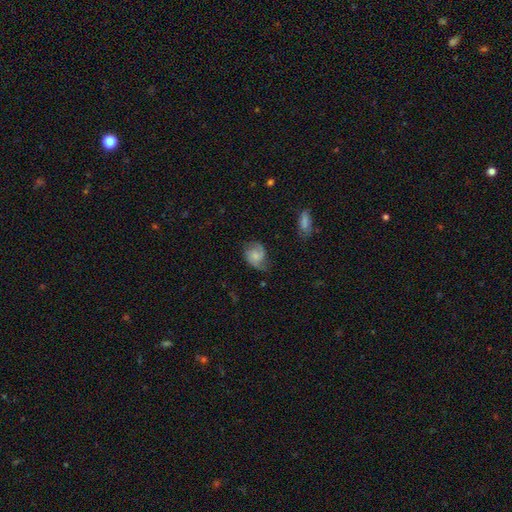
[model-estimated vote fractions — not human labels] The model was most divided on "bulge size": small: 43%, moderate: 30%, none: 20%, large: 6%, dominant: 2%. Remaining: edge-on disk — no (97%); spiral arms — yes (92%); spiral arm count — 2 (76%); bar — no (68%); merging — none (58%); smooth or featured — featured or disk (57%); spiral winding — medium (45%).